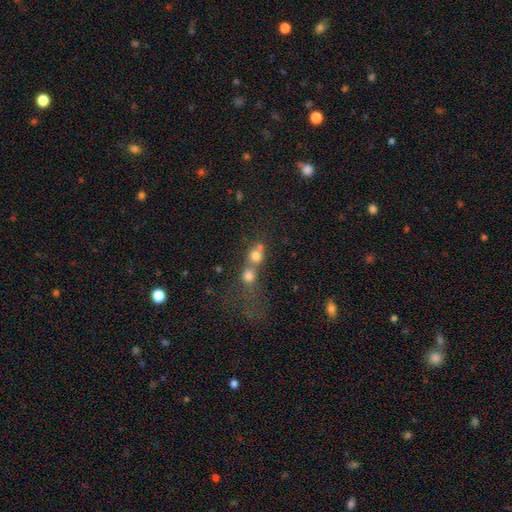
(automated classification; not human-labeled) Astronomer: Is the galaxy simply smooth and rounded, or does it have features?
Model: smooth — 65%.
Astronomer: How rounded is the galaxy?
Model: round — 81%.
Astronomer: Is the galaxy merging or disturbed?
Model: merger — 58%.